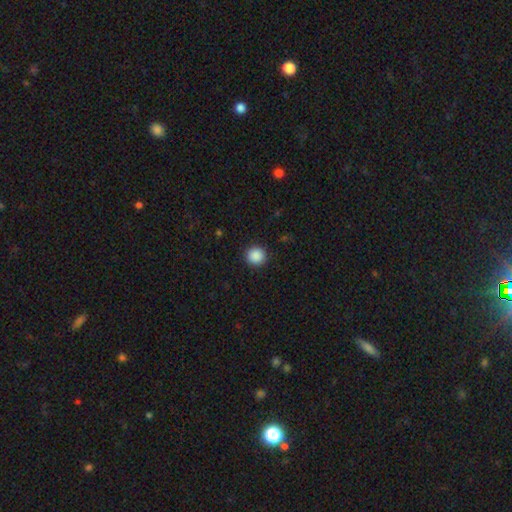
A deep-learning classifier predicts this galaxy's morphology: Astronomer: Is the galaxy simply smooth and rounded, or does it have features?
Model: smooth — 88%.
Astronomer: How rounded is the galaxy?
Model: round — 94%.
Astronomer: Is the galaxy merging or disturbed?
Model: none — 92%.